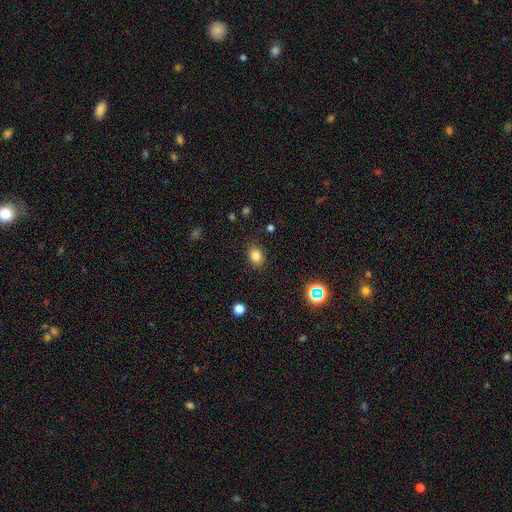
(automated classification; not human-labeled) This appears to be a smooth galaxy with no disk features (82%) that is in between round and cigar-shaped (61%). Merging: none (84%).